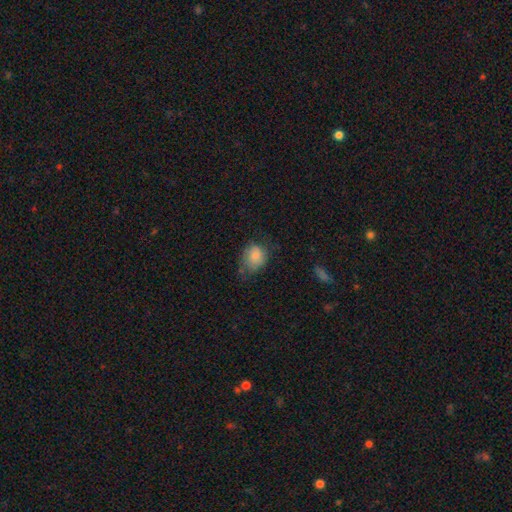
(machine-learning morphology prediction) Smooth or featured: smooth — 80% (featured or disk — 12%)
How rounded: round — 57% (in between — 42%)
Merging: none — 49% (minor disturbance — 35%)